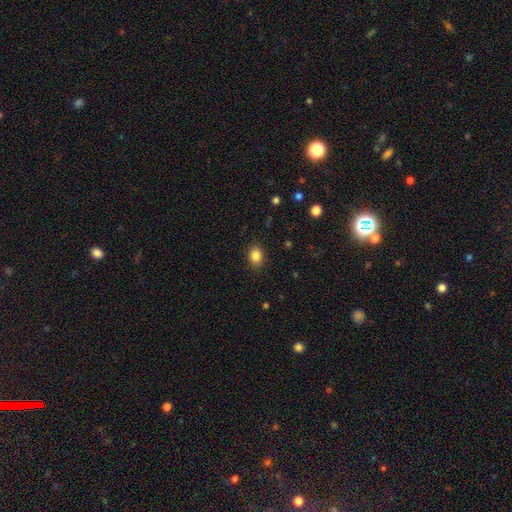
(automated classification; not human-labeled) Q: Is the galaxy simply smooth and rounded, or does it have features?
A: smooth — 85%.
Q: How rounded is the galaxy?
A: in between — 56%.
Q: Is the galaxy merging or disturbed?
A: none — 88%.